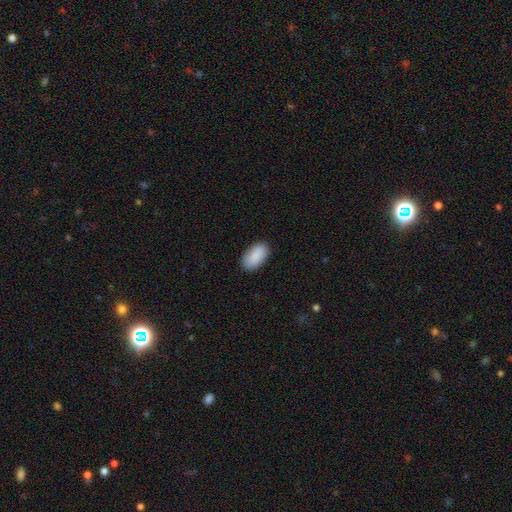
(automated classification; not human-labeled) Smooth or featured?
  - smooth: 90% *
  - star or artifact: 6%
  - featured or disk: 4%
How rounded?
  - in between: 95% *
  - round: 3%
  - cigar-shaped: 2%
Merging?
  - none: 88% *
  - minor disturbance: 9%
  - major disturbance: 2%
  - merger: 1%